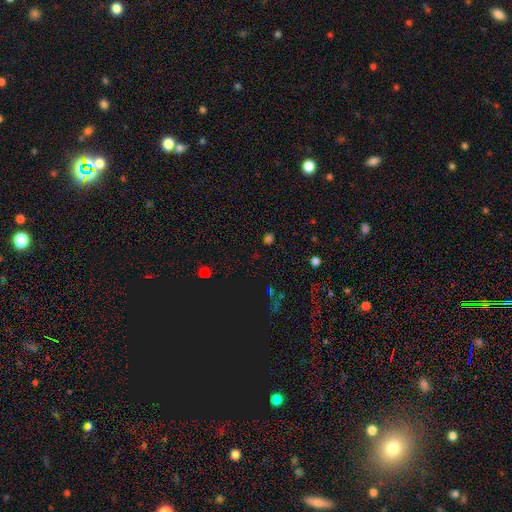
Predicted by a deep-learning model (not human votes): This is possibly a smooth galaxy (49%). Merging: likely none (79%).